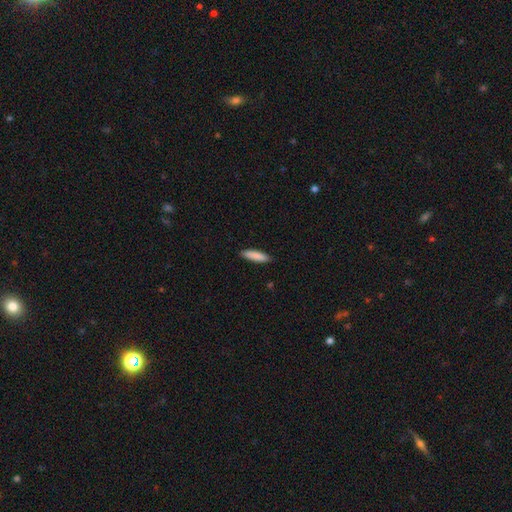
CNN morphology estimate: A smooth galaxy with no disk features (87%) that is cigar-shaped (74%).

Vote fractions:
- Smooth or featured? smooth: 87% / featured or disk: 7% / star or artifact: 6%
- How rounded? cigar-shaped: 74% / in between: 25% / round: 1%
- Merging? none: 88% / minor disturbance: 9% / major disturbance: 2% / merger: 1%